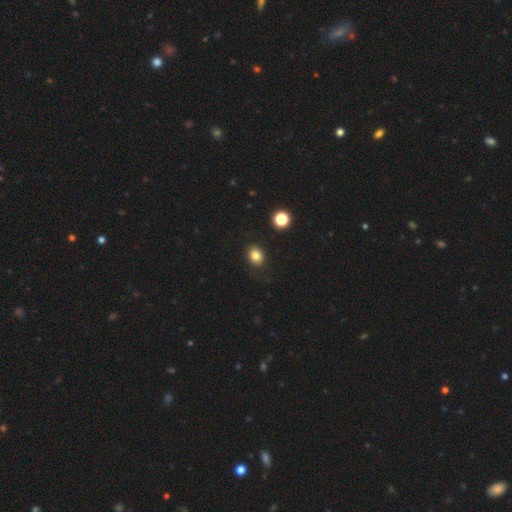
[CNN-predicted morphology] smooth_or_featured: smooth (p=0.82) [alt: star or artifact p=0.11]
how_rounded: in between (p=0.54) [alt: round p=0.45]
merging: none (p=0.82) [alt: minor disturbance p=0.12]